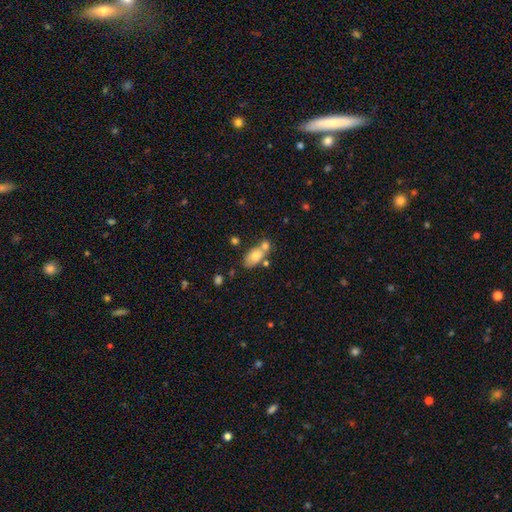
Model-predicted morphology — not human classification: Smooth or featured? smooth (73%)
How rounded? in between (87%)
Merging? none (45%)